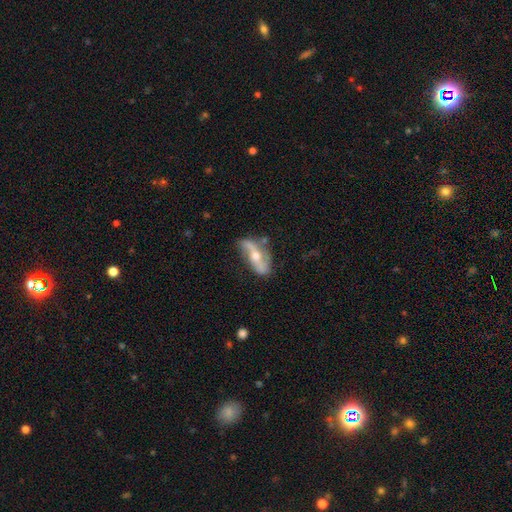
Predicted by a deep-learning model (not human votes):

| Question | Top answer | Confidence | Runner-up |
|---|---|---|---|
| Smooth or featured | featured or disk | 73% | smooth (21%) |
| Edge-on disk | no | 78% | yes (22%) |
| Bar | no | 40% | strong (37%) |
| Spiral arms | yes | 82% | no (18%) |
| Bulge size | moderate | 60% | small (35%) |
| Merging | none | 66% | minor disturbance (22%) |